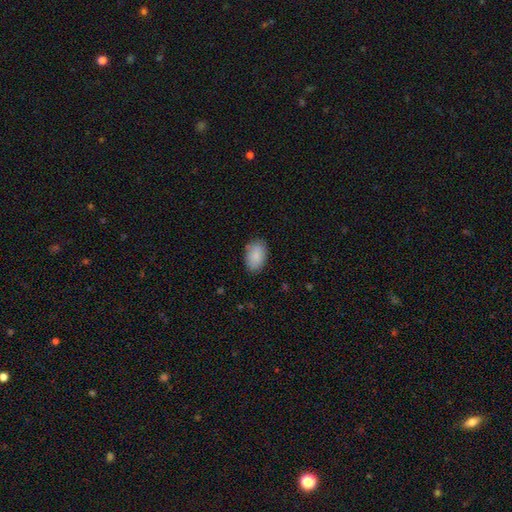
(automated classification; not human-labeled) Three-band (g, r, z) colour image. It shows a smooth galaxy with no disk features (88%) that is in between round and cigar-shaped (91%). Merging: none (82%).